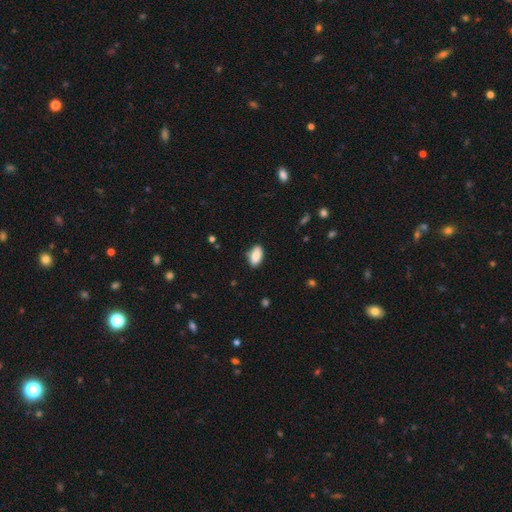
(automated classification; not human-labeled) smooth-or-featured: smooth: 87% | star or artifact: 7% | featured or disk: 6%
  how-rounded: in between: 93% | round: 4% | cigar-shaped: 3%
  merging: none: 83% | minor disturbance: 14% | major disturbance: 2% | merger: 1%